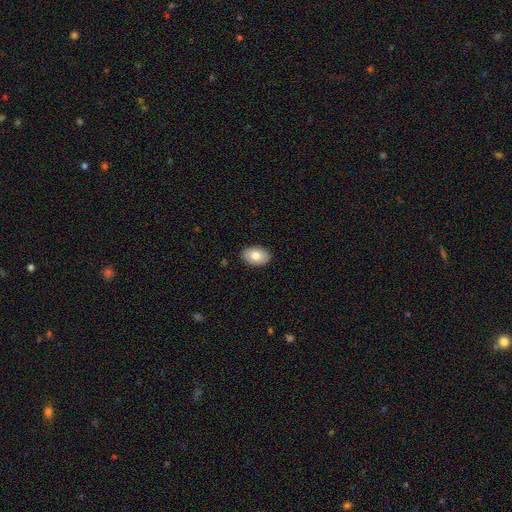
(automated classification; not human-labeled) Q: Smooth or featured?
A: smooth (79%); runner-up: featured or disk (14%)
Q: How rounded?
A: in between (88%); runner-up: round (11%)
Q: Merging?
A: none (89%); runner-up: minor disturbance (8%)